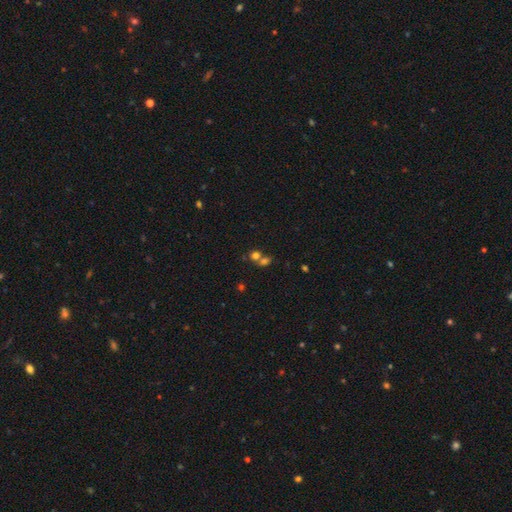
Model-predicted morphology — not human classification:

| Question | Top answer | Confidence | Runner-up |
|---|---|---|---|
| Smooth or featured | smooth | 69% | star or artifact (19%) |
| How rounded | round | 66% | in between (32%) |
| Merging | merger | 49% | none (40%) |